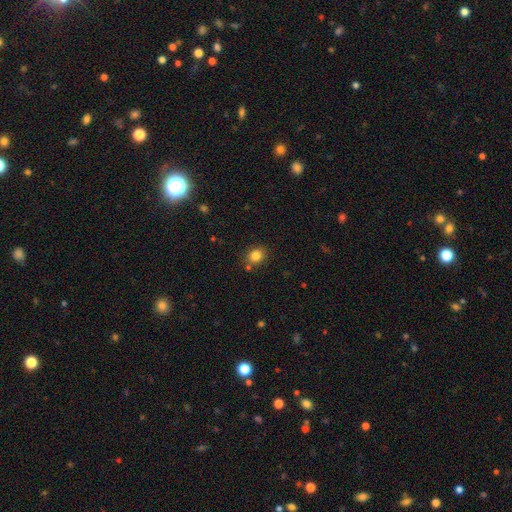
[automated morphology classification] A smooth galaxy with no disk features (83%) that is round (68%).

Vote fractions:
- Smooth or featured? smooth: 83% / star or artifact: 11% / featured or disk: 6%
- How rounded? round: 68% / in between: 31% / cigar-shaped: 1%
- Merging? none: 79% / minor disturbance: 11% / merger: 7% / major disturbance: 3%